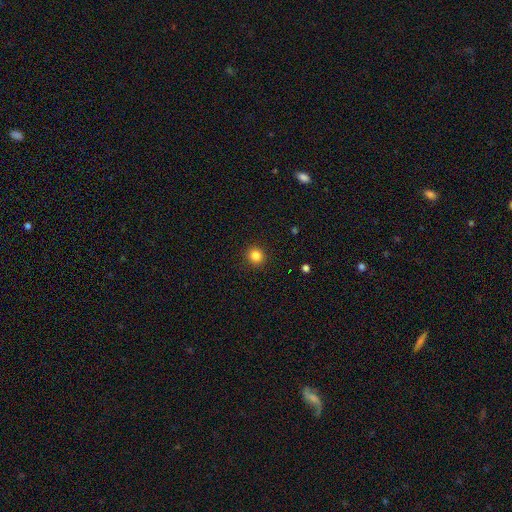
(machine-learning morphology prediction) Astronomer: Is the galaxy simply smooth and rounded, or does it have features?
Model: smooth — 84%.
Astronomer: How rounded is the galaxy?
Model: round — 93%.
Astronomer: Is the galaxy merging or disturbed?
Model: none — 92%.